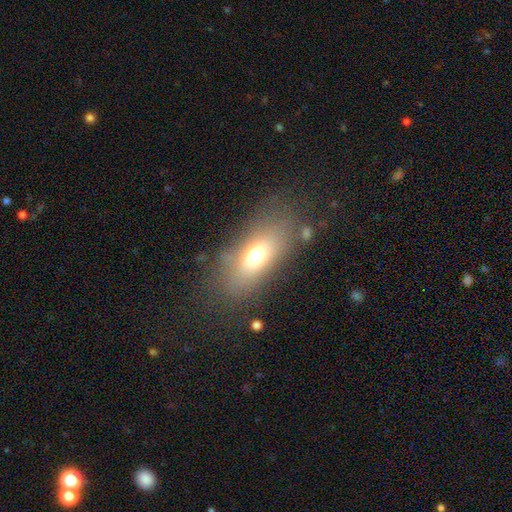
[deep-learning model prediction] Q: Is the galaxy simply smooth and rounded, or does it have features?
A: smooth — 67%.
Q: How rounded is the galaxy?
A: in between — 78%.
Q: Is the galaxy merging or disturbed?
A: none — 74%.